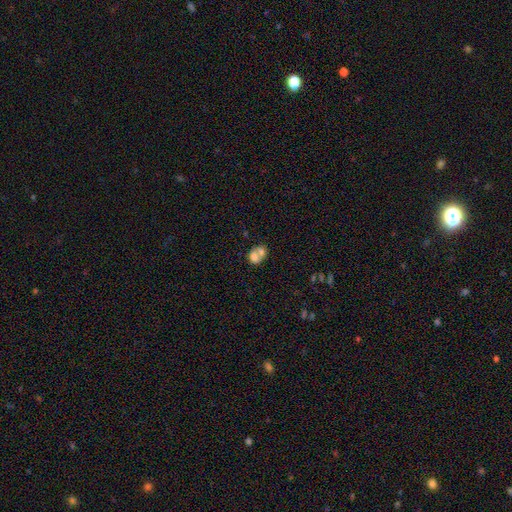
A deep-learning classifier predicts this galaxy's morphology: This is likely a smooth galaxy (63%). How rounded: possibly in between (57%). Merging: likely merger (65%).